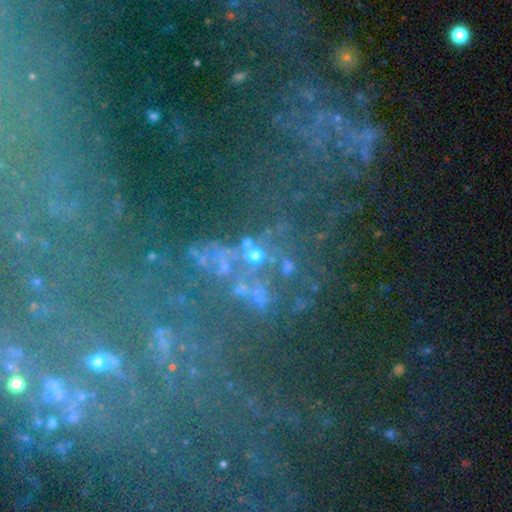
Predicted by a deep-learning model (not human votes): Smooth or featured?
  - featured or disk: 42% *
  - star or artifact: 39%
  - smooth: 19%
Merging?
  - none: 43% *
  - major disturbance: 24%
  - merger: 17%
  - minor disturbance: 15%